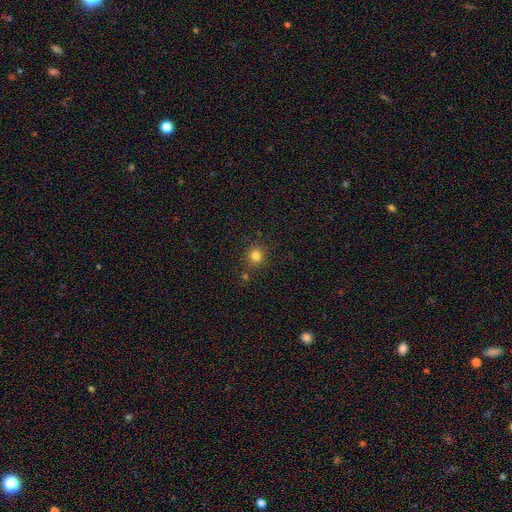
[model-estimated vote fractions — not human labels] Smooth or featured?
  - smooth: 80% *
  - star or artifact: 15%
  - featured or disk: 5%
How rounded?
  - round: 91% *
  - in between: 8%
  - cigar-shaped: 1%
Merging?
  - none: 84% *
  - minor disturbance: 8%
  - merger: 6%
  - major disturbance: 3%